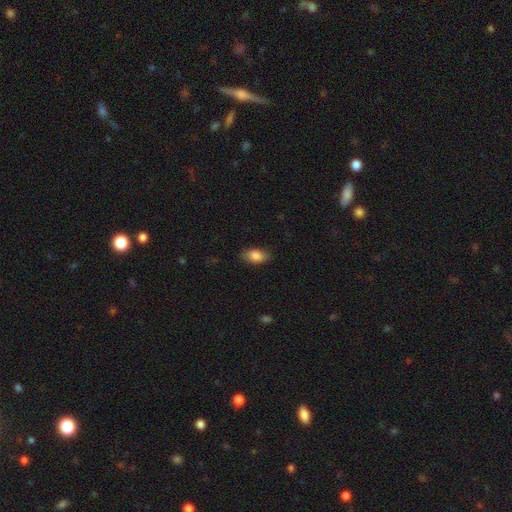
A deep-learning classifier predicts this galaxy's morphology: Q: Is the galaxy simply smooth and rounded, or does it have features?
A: smooth — 86%.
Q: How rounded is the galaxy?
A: in between — 89%.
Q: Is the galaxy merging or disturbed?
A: none — 82%.